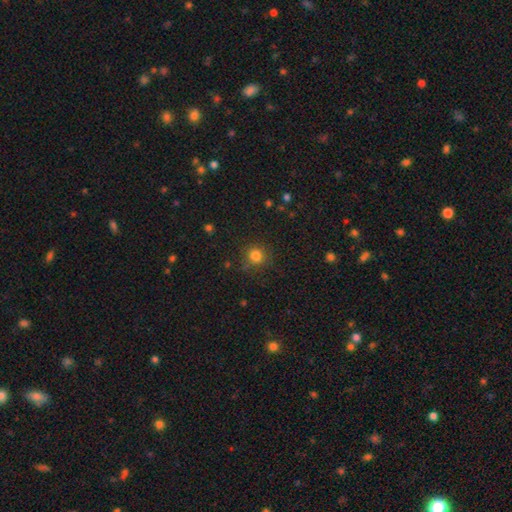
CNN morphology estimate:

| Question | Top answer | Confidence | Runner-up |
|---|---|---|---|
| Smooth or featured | smooth | 81% | star or artifact (14%) |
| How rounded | round | 89% | in between (10%) |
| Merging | none | 83% | minor disturbance (11%) |